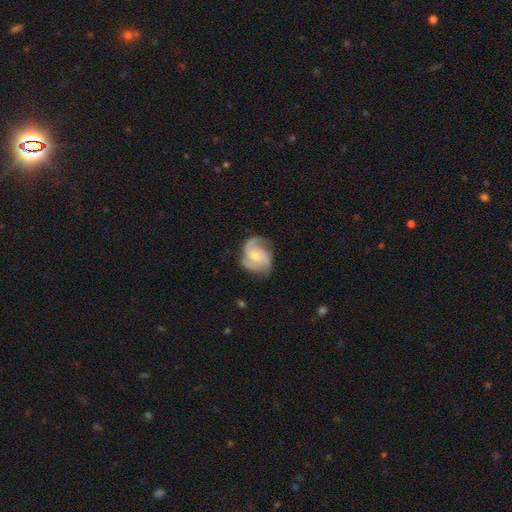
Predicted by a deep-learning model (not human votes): Overall: featured or disk (84%). Edge-on disk: no (98%). Bar: no (69%). Spiral arms: yes (97%). Spiral arm count: 3 (56%; 2 24%). Spiral winding: medium (48%; tight 40%). Bulge size: moderate (52%; small 43%). Merging: none (67%).